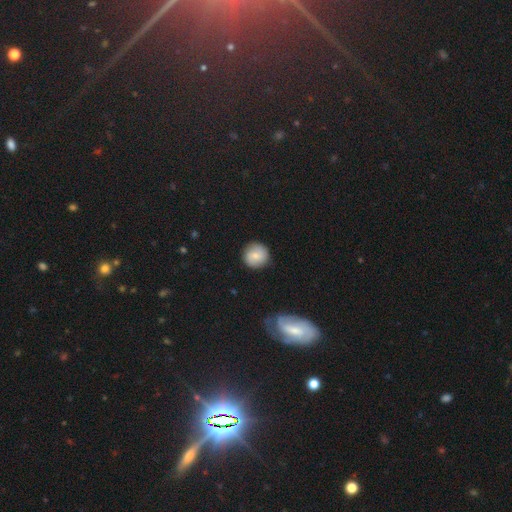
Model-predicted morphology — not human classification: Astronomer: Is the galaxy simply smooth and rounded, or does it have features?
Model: smooth — 75%.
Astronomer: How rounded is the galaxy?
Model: round — 92%.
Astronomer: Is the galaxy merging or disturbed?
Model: none — 88%.